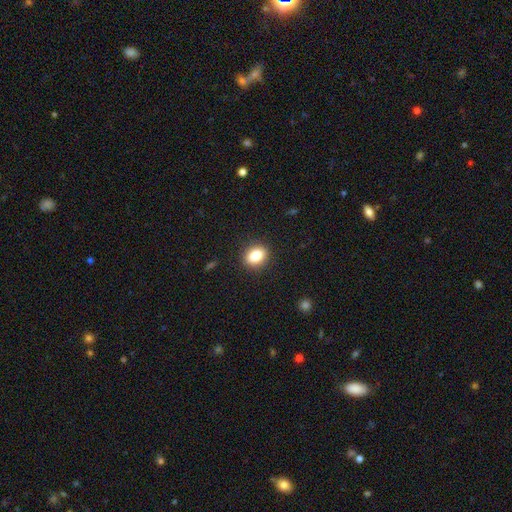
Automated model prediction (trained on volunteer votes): Morphology: type=smooth (83%); roundness=in between (57%); merging=none (89%).